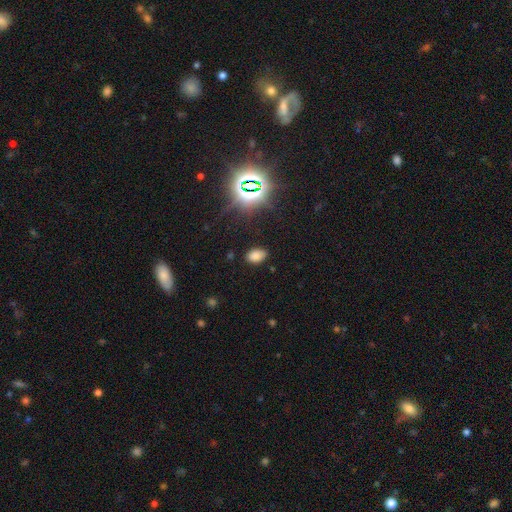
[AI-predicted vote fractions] Q: Smooth or featured?
A: smooth (74%); runner-up: star or artifact (20%)
Q: How rounded?
A: in between (89%); runner-up: round (9%)
Q: Merging?
A: none (84%); runner-up: minor disturbance (12%)